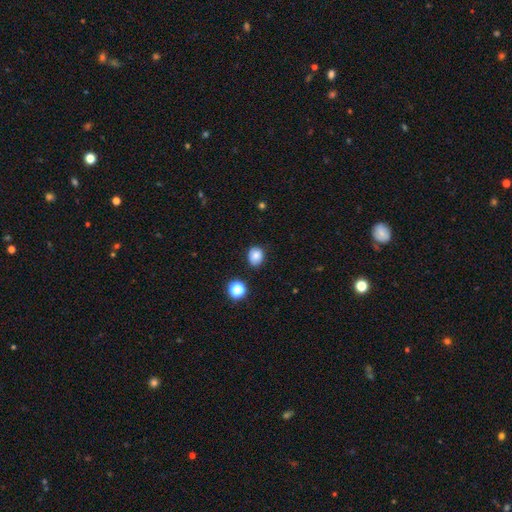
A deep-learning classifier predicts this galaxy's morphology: Overall: smooth (82%). How rounded: round (61%; in between 38%). Merging: none (81%).